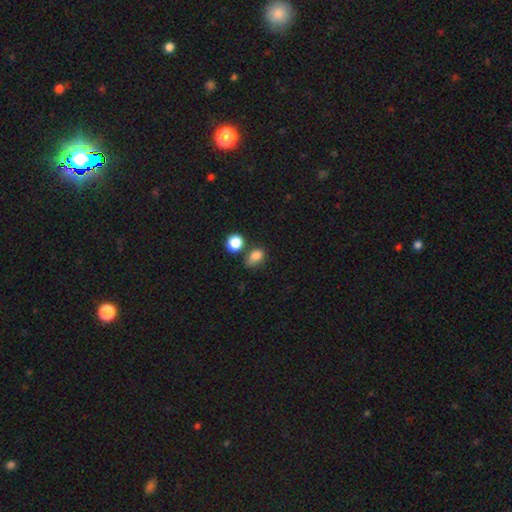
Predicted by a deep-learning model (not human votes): Smooth or featured?
  - smooth: 83% *
  - star or artifact: 11%
  - featured or disk: 6%
How rounded?
  - in between: 67% *
  - round: 31%
  - cigar-shaped: 2%
Merging?
  - none: 54% *
  - minor disturbance: 22%
  - merger: 17%
  - major disturbance: 7%